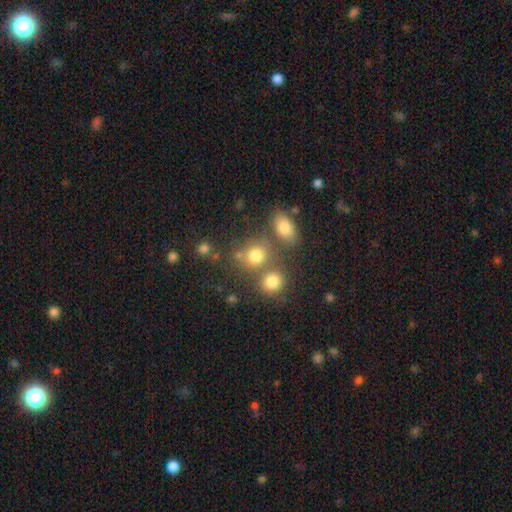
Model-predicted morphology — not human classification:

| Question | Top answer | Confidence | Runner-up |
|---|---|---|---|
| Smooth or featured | smooth | 77% | star or artifact (14%) |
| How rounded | round | 74% | in between (24%) |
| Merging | none | 56% | merger (29%) |